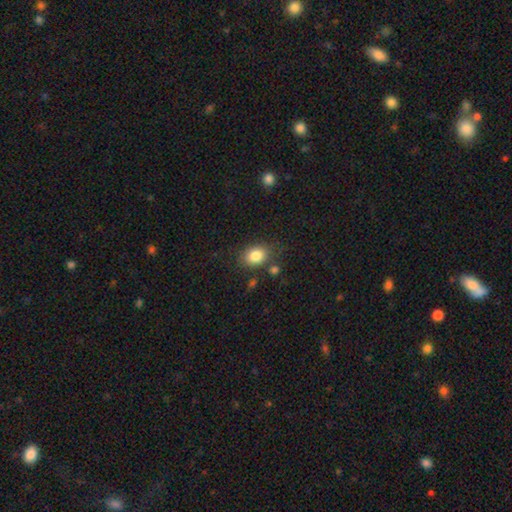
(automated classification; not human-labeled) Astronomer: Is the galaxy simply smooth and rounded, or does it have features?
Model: smooth — 84%.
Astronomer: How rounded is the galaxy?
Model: in between — 64%.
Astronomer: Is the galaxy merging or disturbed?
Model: none — 74%.